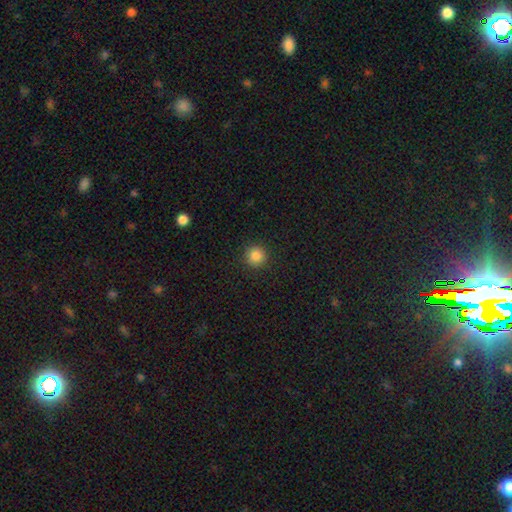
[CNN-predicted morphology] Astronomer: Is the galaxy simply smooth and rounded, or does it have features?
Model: smooth — 85%.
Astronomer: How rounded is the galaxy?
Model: round — 95%.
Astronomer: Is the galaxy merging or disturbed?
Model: none — 92%.